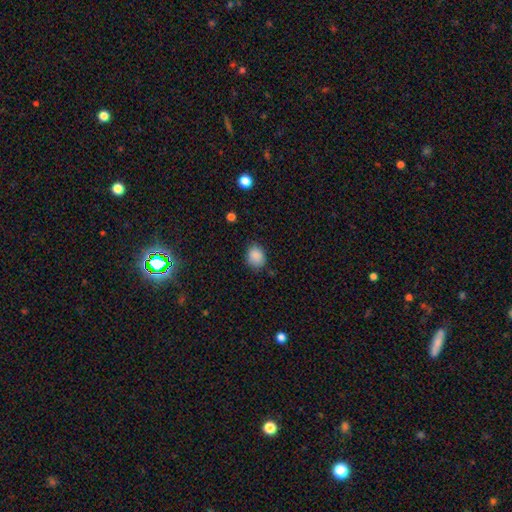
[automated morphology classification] smooth_or_featured: smooth (p=0.87) [alt: star or artifact p=0.09]
how_rounded: round (p=0.54) [alt: in between p=0.45]
merging: none (p=0.75) [alt: minor disturbance p=0.20]